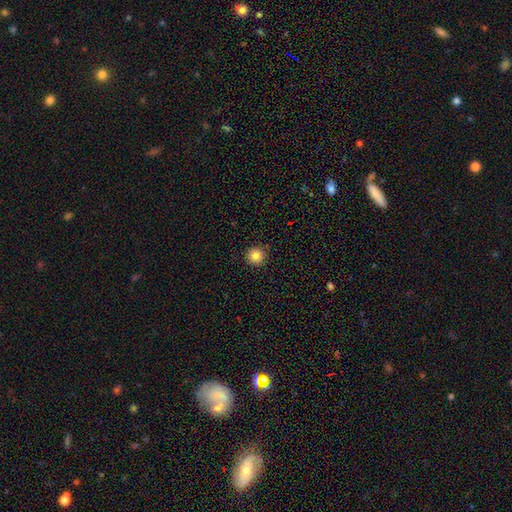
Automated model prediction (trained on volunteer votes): smooth-or-featured: smooth: 83% | star or artifact: 11% | featured or disk: 5%
  how-rounded: round: 95% | in between: 4% | cigar-shaped: 1%
  merging: none: 92% | minor disturbance: 6% | major disturbance: 2% | merger: 1%